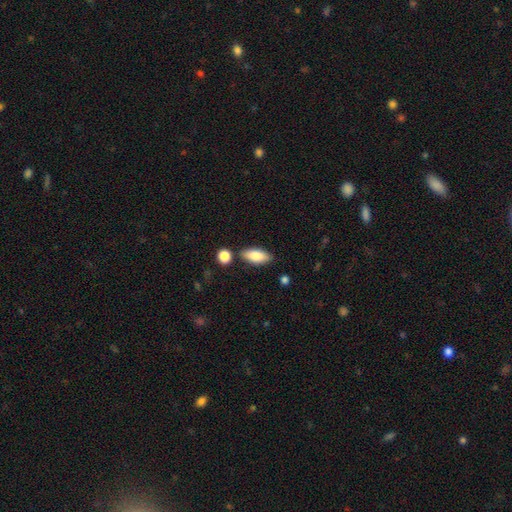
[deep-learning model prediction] Morphology: type=smooth (81%); roundness=in between (84%); merging=none (80%).